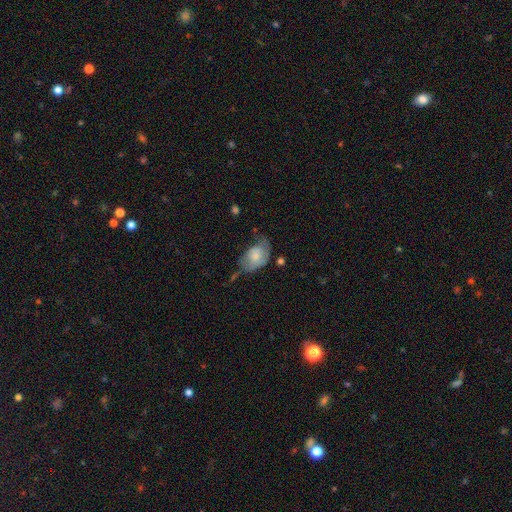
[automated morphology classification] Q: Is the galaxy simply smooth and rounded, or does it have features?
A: smooth — 56%.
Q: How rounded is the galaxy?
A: in between — 85%.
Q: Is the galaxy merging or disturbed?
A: minor disturbance — 36%.